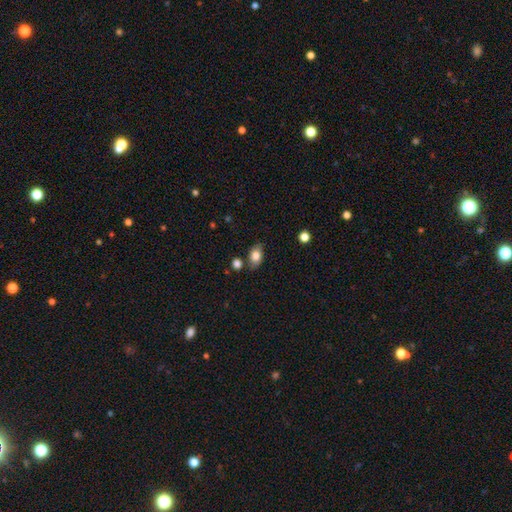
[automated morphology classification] Smooth or featured?
  - smooth: 80% *
  - featured or disk: 11%
  - star or artifact: 8%
How rounded?
  - in between: 84% *
  - round: 14%
  - cigar-shaped: 2%
Merging?
  - none: 76% *
  - minor disturbance: 15%
  - merger: 6%
  - major disturbance: 3%